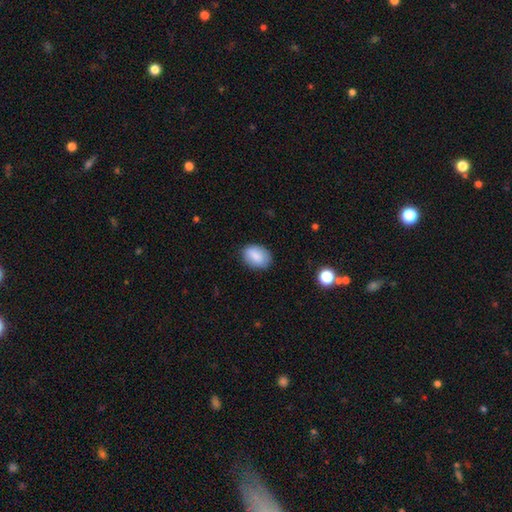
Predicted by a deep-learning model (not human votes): Overall: smooth (85%). How rounded: in between (82%). Merging: none (81%).